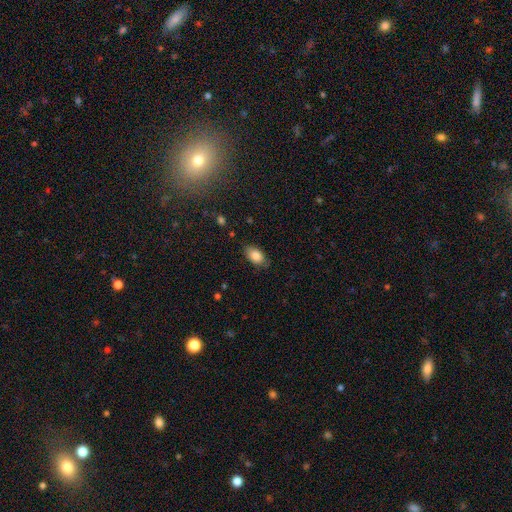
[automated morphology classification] Overall: smooth (84%). How rounded: in between (90%). Merging: none (80%).